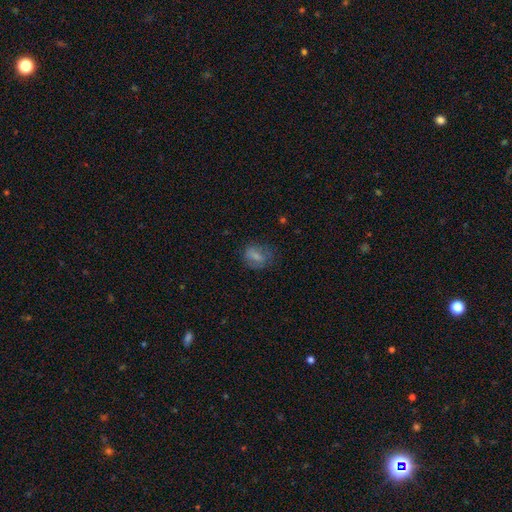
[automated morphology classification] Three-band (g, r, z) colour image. It shows a smooth galaxy with no disk features (68%) that is in between round and cigar-shaped (60%). Merging: none (64%).